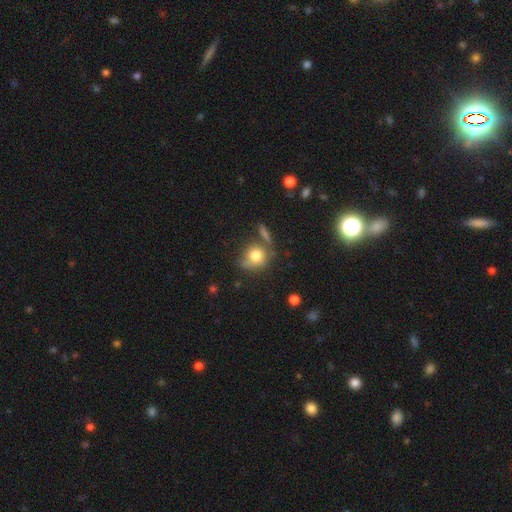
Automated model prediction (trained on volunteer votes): smooth_or_featured: smooth (p=0.77) [alt: featured or disk p=0.14]
how_rounded: round (p=0.75) [alt: in between p=0.23]
merging: none (p=0.53) [alt: minor disturbance p=0.22]